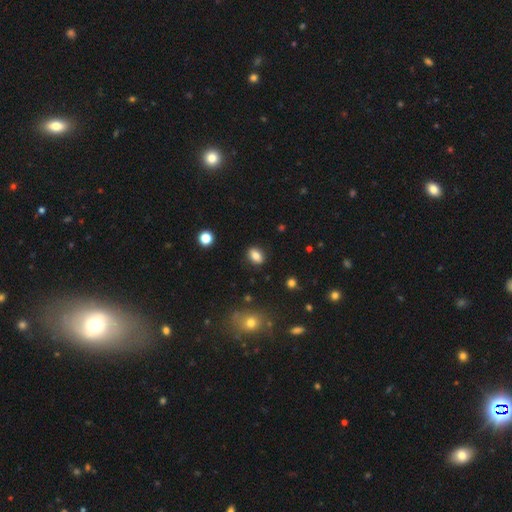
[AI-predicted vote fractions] Smooth or featured? smooth (81%)
How rounded? in between (80%)
Merging? none (87%)